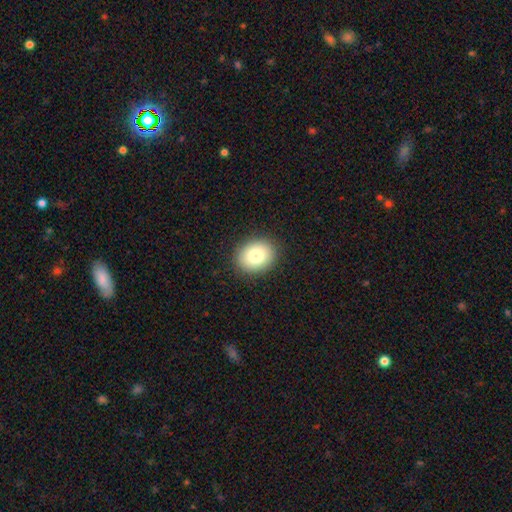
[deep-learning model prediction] Smooth or featured? Predicted: smooth (p=0.82). How rounded? Predicted: round (p=0.54). Merging? Predicted: none (p=0.90).